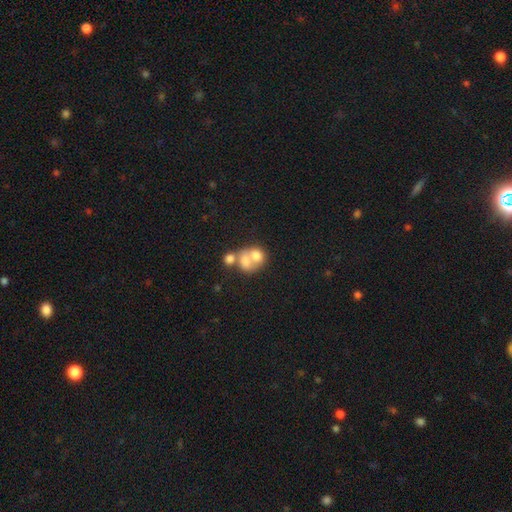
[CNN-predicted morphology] Q: Smooth or featured?
A: smooth (64%); runner-up: featured or disk (26%)
Q: How rounded?
A: round (55%); runner-up: in between (44%)
Q: Merging?
A: merger (68%); runner-up: none (20%)